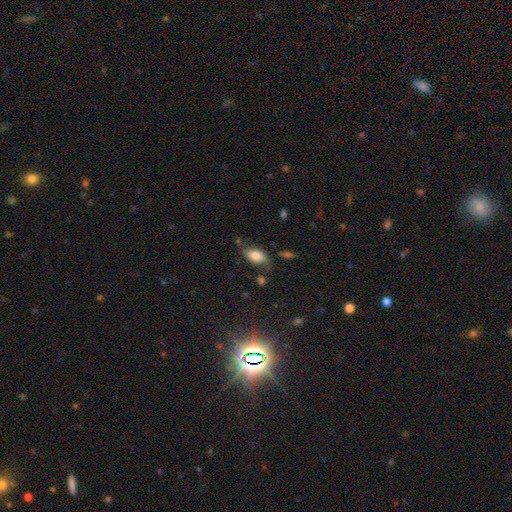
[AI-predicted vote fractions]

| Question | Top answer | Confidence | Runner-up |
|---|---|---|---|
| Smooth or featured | smooth | 68% | featured or disk (22%) |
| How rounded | in between | 90% | round (5%) |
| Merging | none | 56% | minor disturbance (27%) |